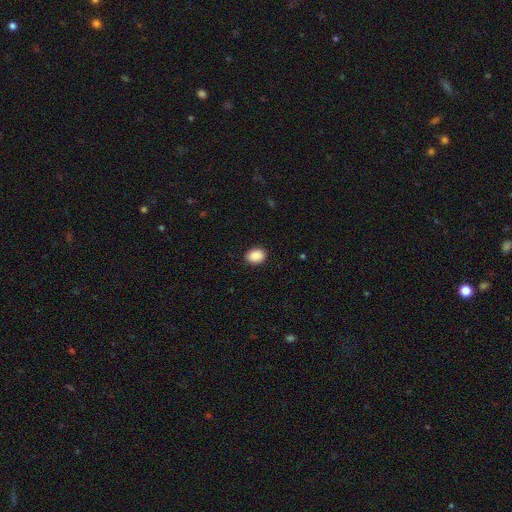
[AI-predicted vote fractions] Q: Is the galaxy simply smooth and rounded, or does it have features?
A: smooth — 90%.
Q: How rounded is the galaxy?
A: in between — 63%.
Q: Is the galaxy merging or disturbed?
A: none — 90%.